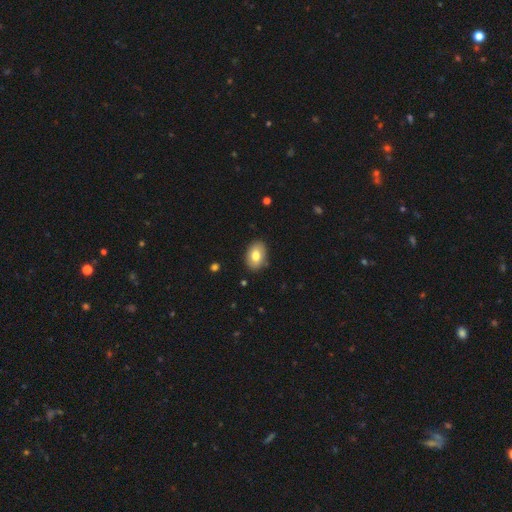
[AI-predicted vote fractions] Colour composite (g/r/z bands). It shows a smooth galaxy with no disk features (79%) that is in between round and cigar-shaped (86%). Merging: none (86%).